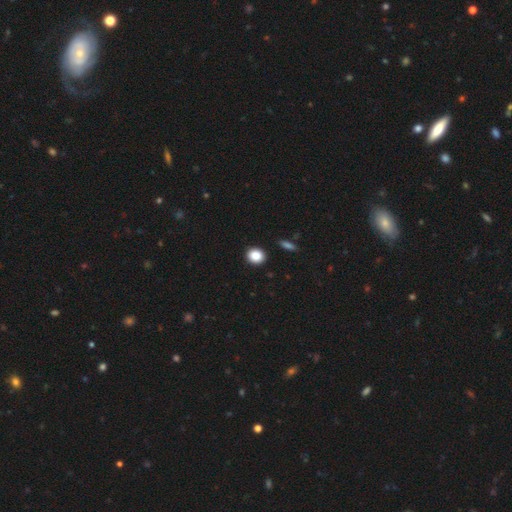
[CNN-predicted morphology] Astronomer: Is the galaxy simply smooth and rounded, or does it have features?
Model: smooth — 87%.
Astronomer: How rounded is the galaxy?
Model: round — 76%.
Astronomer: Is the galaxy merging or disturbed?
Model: none — 91%.